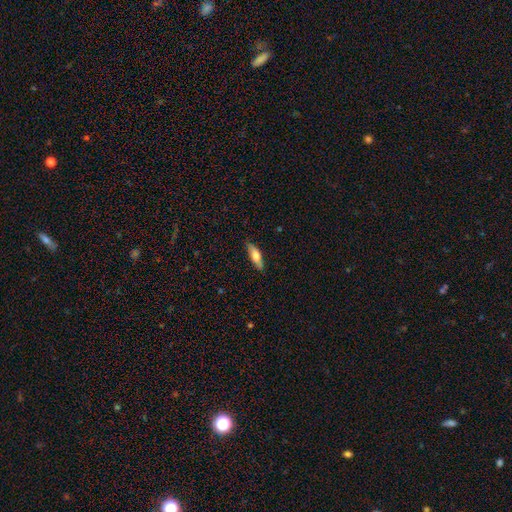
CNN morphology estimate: Smooth or featured? smooth (65%)
How rounded? cigar-shaped (51%)
Merging? none (82%)